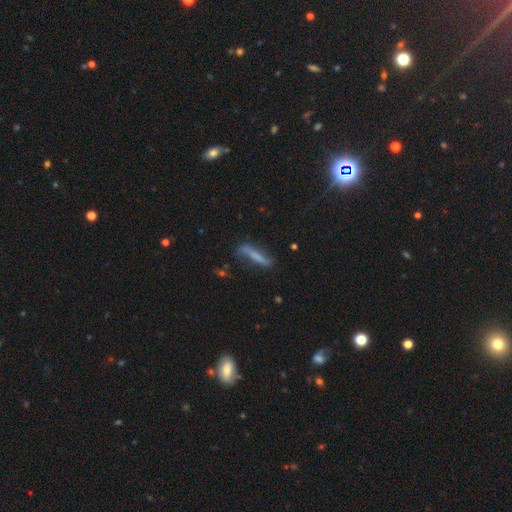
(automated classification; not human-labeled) The model was most divided on "smooth or featured": smooth: 58%, featured or disk: 32%, star or artifact: 10%. More confident: how rounded — cigar-shaped (86%); merging — none (67%).